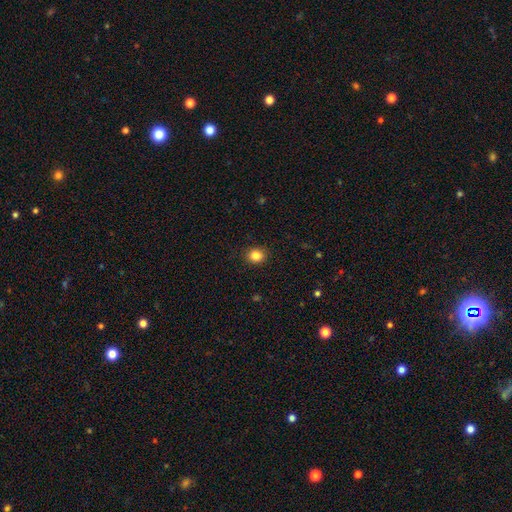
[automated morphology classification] Smooth or featured? smooth (85%)
How rounded? round (71%)
Merging? none (91%)